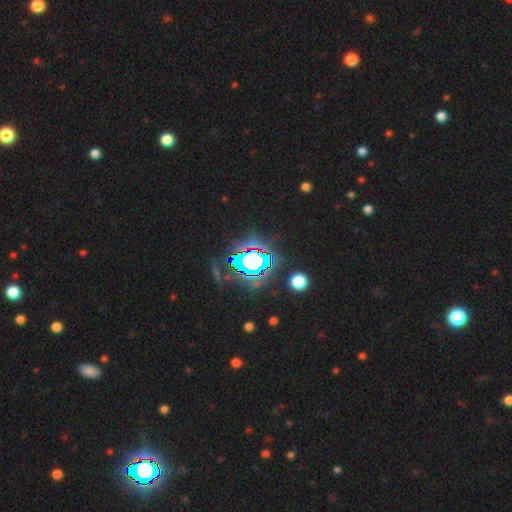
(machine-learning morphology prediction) Smooth or featured? Predicted: star or artifact (p=0.80).